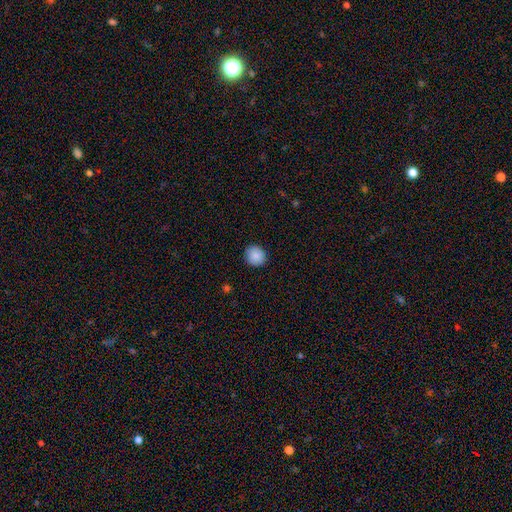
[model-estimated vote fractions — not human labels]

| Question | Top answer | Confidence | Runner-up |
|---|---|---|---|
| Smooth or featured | smooth | 89% | star or artifact (8%) |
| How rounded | round | 88% | in between (11%) |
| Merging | none | 90% | minor disturbance (7%) |